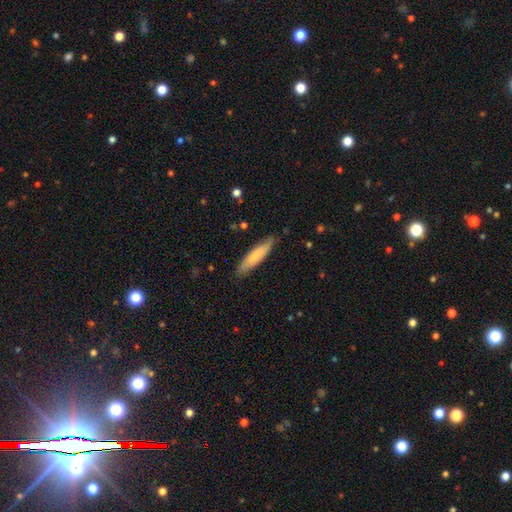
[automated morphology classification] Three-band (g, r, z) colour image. It shows a smooth galaxy with no disk features (77%) that is cigar-shaped (81%). Merging: none (85%).